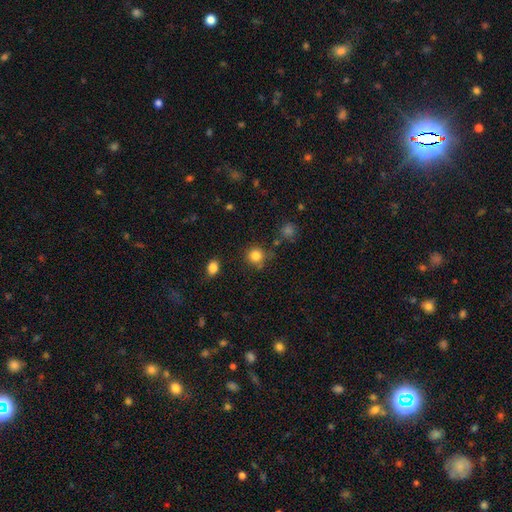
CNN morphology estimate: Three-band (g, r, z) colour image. It shows a smooth galaxy with no disk features (83%) that is round (90%). Merging: none (78%).